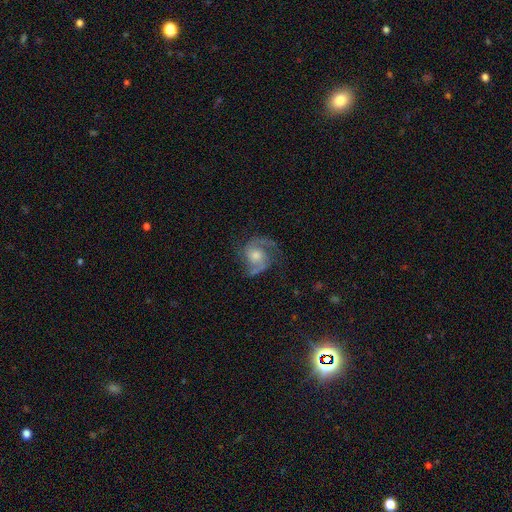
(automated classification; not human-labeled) Smooth or featured? Predicted: featured or disk (p=0.84). Edge-on disk? Predicted: no (p=0.98). Bar? Predicted: no (p=0.66). Spiral arms? Predicted: yes (p=0.97). Spiral winding? Predicted: medium (p=0.55). Spiral arm count? Predicted: 2 (p=0.85). Bulge size? Predicted: moderate (p=0.58). Merging? Predicted: none (p=0.70).